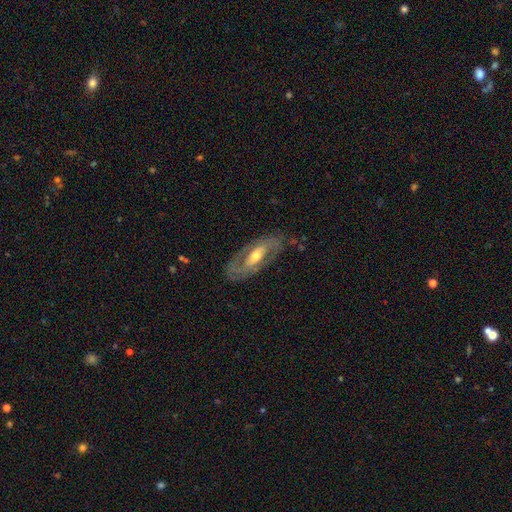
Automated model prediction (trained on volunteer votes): smooth-or-featured: featured or disk: 79% | smooth: 16% | star or artifact: 5%
  disk-edge-on: no: 87% | yes: 13%
    bar: no: 37% | weak: 34% | strong: 29%
    has-spiral-arms: yes: 74% | no: 26%
      spiral-winding: tight: 44% | medium: 40% | loose: 16%
      spiral-arm-count: 2: 76% | can't tell: 16% | 1: 4% | 3: 2% | 4: 1% | more than 4: 1%
    bulge-size: moderate: 62% | small: 31% | large: 5% | none: 1% | dominant: 1%
  merging: none: 78% | minor disturbance: 14% | major disturbance: 6% | merger: 1%